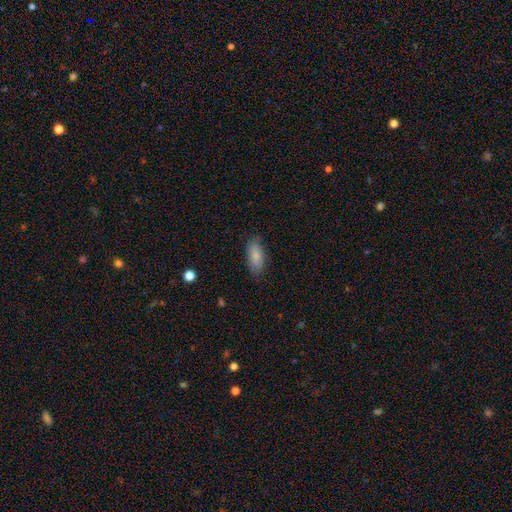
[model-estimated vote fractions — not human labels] Smooth or featured? smooth (83%)
How rounded? in between (87%)
Merging? none (81%)